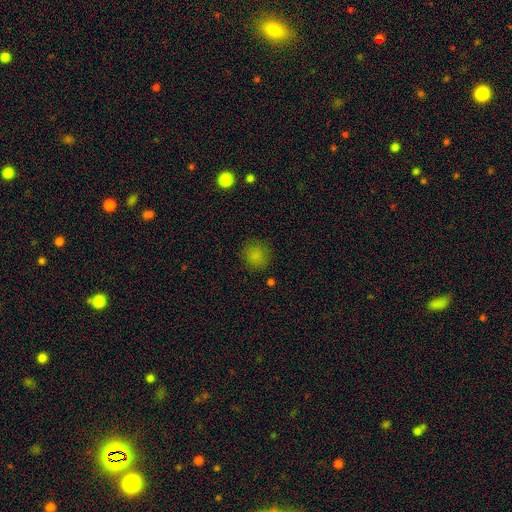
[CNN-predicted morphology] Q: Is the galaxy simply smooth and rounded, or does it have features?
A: smooth — 83%.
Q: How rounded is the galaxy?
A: round — 88%.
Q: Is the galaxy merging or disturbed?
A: none — 84%.